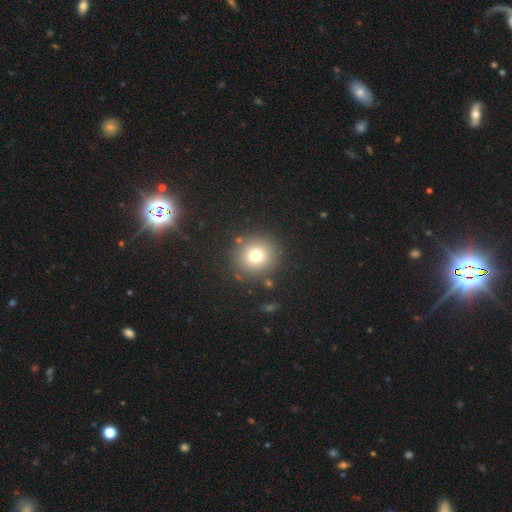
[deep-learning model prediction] Smooth or featured: smooth — 74% (star or artifact — 15%)
How rounded: round — 92% (in between — 8%)
Merging: none — 86% (minor disturbance — 7%)